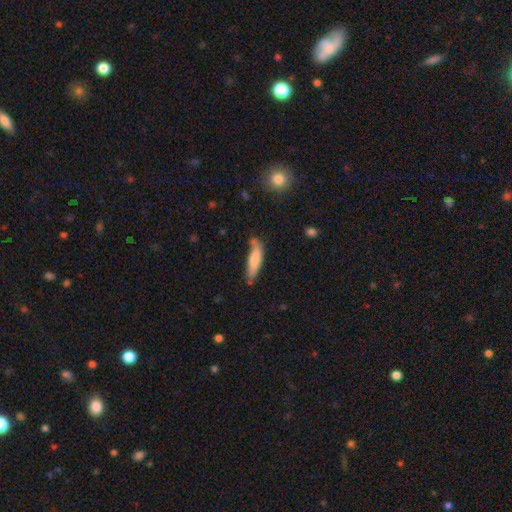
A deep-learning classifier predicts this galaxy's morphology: Smooth or featured?
  - smooth: 73% *
  - featured or disk: 21%
  - star or artifact: 7%
How rounded?
  - cigar-shaped: 80% *
  - in between: 18%
  - round: 2%
Merging?
  - none: 65% *
  - minor disturbance: 24%
  - major disturbance: 5%
  - merger: 5%